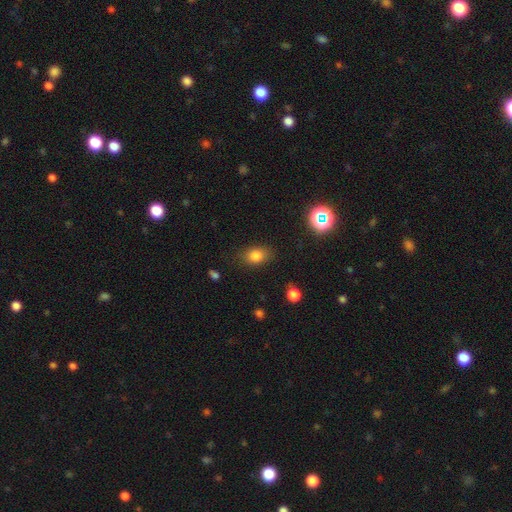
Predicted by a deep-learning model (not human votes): Smooth or featured: smooth — 81% (star or artifact — 12%)
How rounded: in between — 73% (round — 25%)
Merging: none — 81% (minor disturbance — 13%)